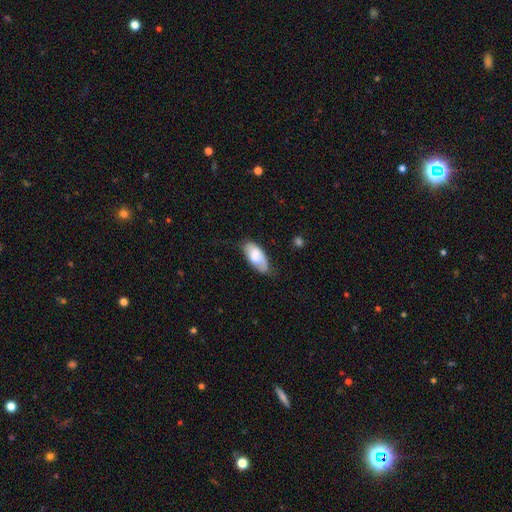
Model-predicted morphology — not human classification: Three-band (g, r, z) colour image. It shows a smooth galaxy with no disk features (67%) that is in between round and cigar-shaped (90%). Merging: none (59%).